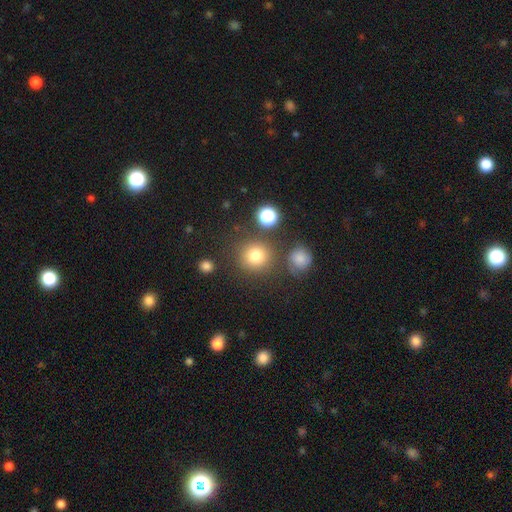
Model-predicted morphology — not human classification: Smooth or featured: smooth — 79% (star or artifact — 14%)
How rounded: round — 92% (in between — 7%)
Merging: none — 80% (minor disturbance — 9%)